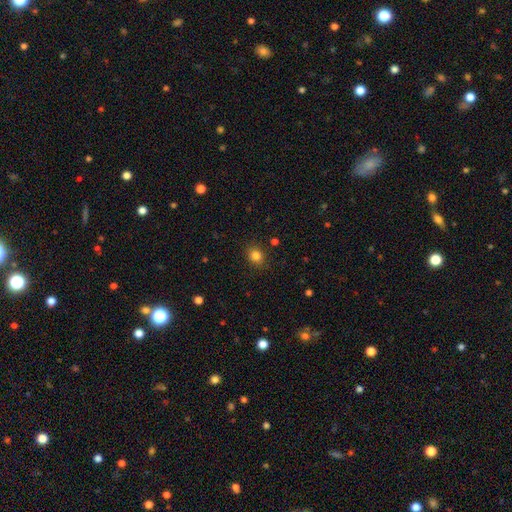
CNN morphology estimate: Smooth or featured?
  - smooth: 83% *
  - star or artifact: 12%
  - featured or disk: 5%
How rounded?
  - round: 67% *
  - in between: 32%
  - cigar-shaped: 1%
Merging?
  - none: 86% *
  - minor disturbance: 10%
  - major disturbance: 3%
  - merger: 1%